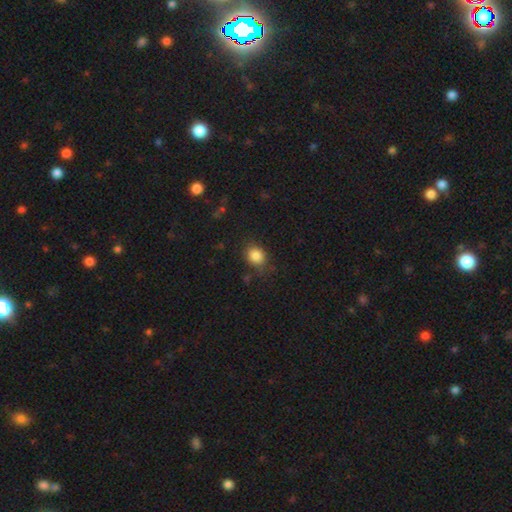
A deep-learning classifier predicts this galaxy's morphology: Overall: smooth (85%). How rounded: round (65%; in between 34%). Merging: none (77%).